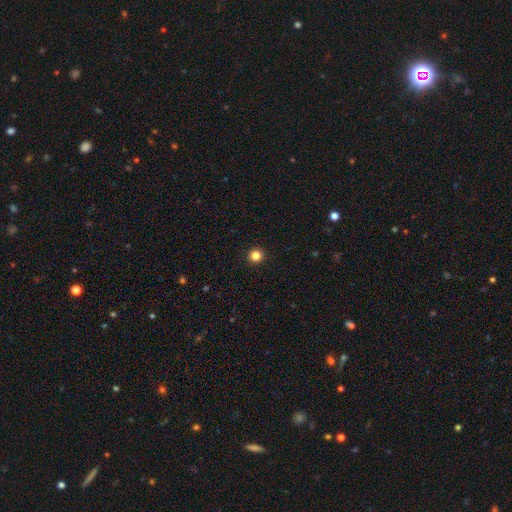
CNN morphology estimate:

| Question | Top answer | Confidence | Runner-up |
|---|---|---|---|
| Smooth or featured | smooth | 84% | star or artifact (12%) |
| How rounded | round | 96% | in between (3%) |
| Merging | none | 94% | minor disturbance (4%) |